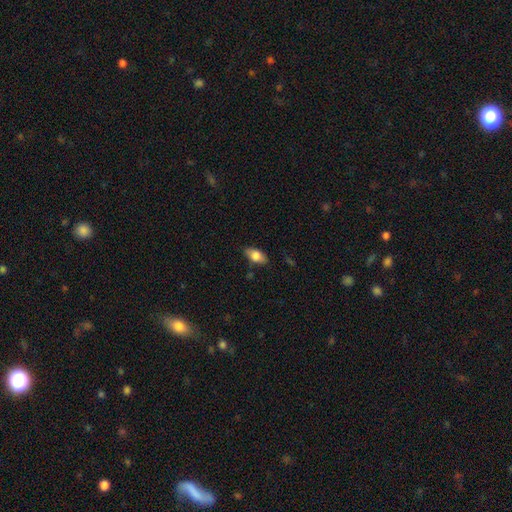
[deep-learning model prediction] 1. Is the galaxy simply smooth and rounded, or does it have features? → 77% smooth, 16% featured or disk, 7% star or artifact.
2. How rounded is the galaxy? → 88% in between, 7% cigar-shaped, 5% round.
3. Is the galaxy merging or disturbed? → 81% none, 15% minor disturbance, 3% major disturbance, 1% merger.